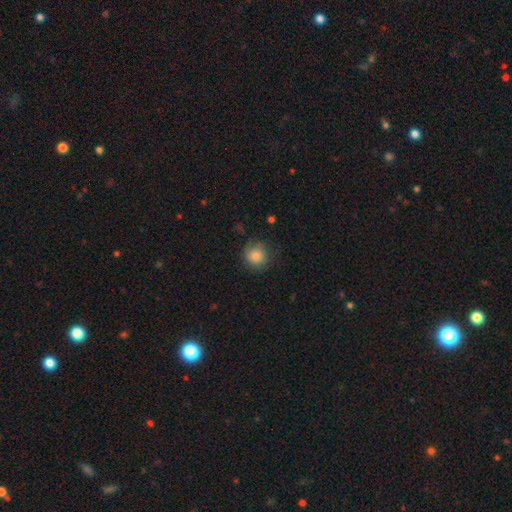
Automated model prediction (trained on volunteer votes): smooth_or_featured: smooth (p=0.82) [alt: featured or disk p=0.09]
how_rounded: round (p=0.89) [alt: in between p=0.10]
merging: none (p=0.72) [alt: minor disturbance p=0.20]